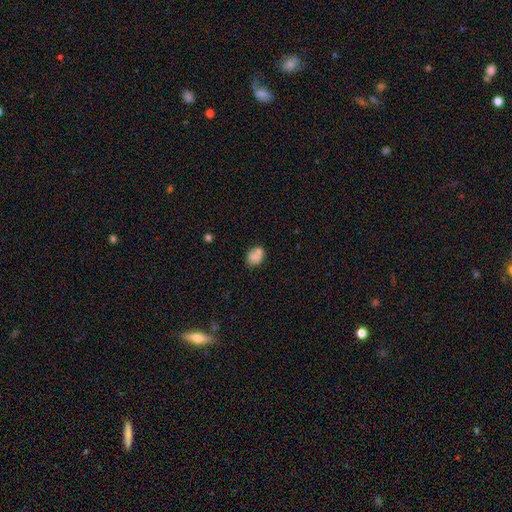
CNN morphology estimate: A smooth galaxy with no disk features (77%) that is in between round and cigar-shaped (56%). Merging: none (51%).